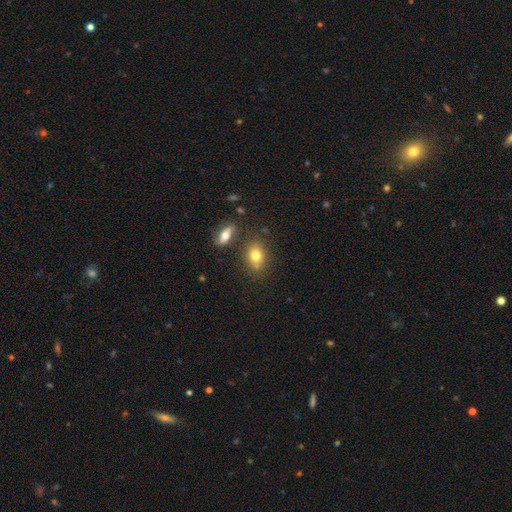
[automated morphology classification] smooth 77%, featured or disk 13%, star or artifact 10%. Down the decision tree: how rounded — in between (73%); merging — none (73%).